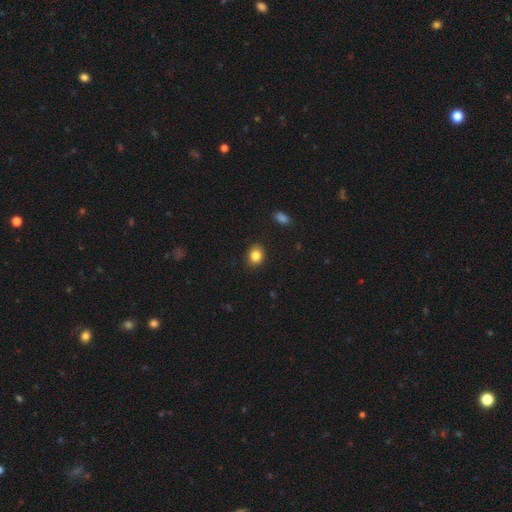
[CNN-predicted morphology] smooth_or_featured: smooth (p=0.84) [alt: star or artifact p=0.10]
how_rounded: round (p=0.57) [alt: in between p=0.42]
merging: none (p=0.89) [alt: minor disturbance p=0.08]